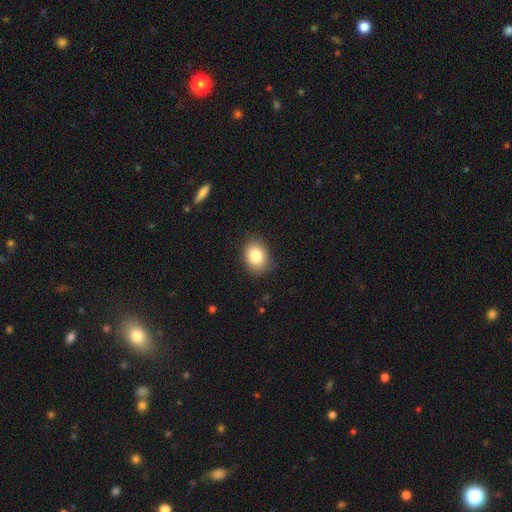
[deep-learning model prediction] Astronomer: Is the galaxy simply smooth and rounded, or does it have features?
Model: smooth — 83%.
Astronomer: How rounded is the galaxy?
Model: in between — 63%.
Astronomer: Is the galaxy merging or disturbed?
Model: none — 85%.